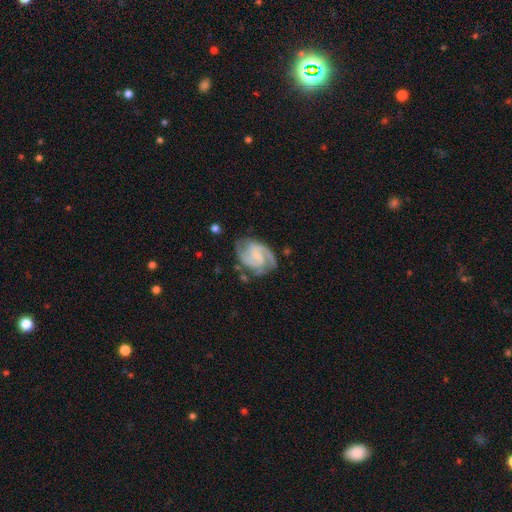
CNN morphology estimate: Smooth or featured? Predicted: featured or disk (p=0.85). Edge-on disk? Predicted: no (p=0.98). Bar? Predicted: no (p=0.45). Spiral arms? Predicted: yes (p=0.97). Spiral winding? Predicted: medium (p=0.50). Spiral arm count? Predicted: 2 (p=0.76). Bulge size? Predicted: none (p=0.48). Merging? Predicted: none (p=0.69).